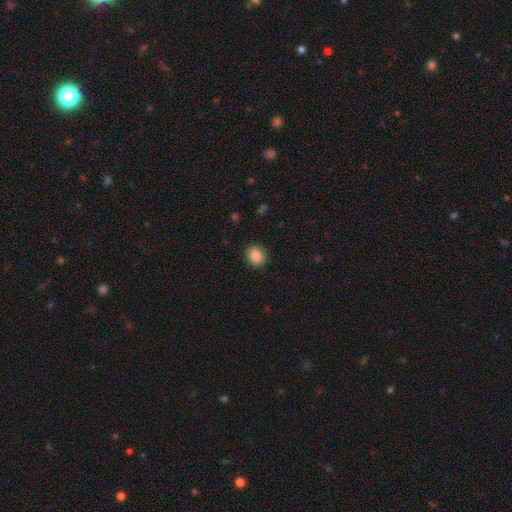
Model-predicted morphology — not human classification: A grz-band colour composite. It shows a smooth galaxy with no disk features (87%) that is round (62%). Merging: none (90%).